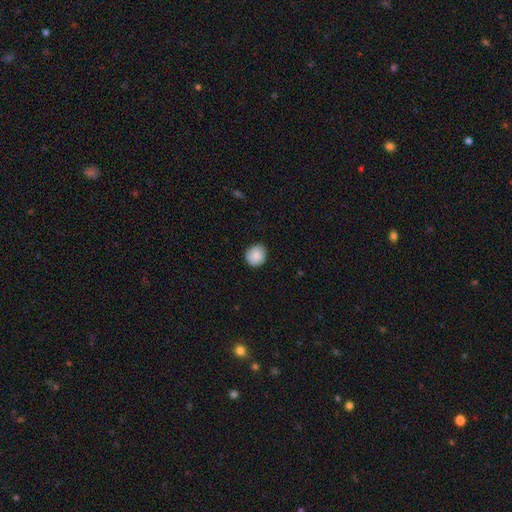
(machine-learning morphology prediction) Q: Smooth or featured?
A: smooth (83%); runner-up: featured or disk (10%)
Q: How rounded?
A: round (87%); runner-up: in between (12%)
Q: Merging?
A: none (84%); runner-up: minor disturbance (13%)